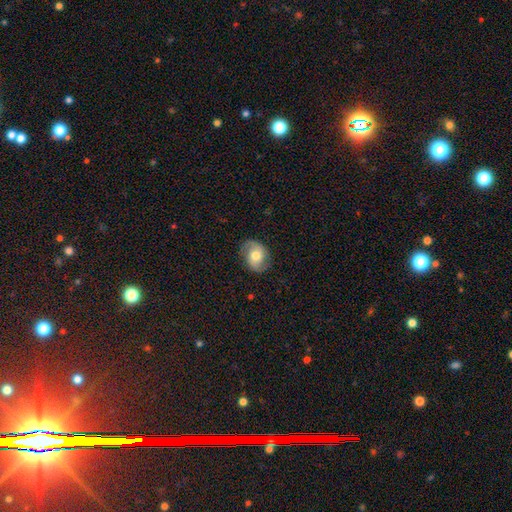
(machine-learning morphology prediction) This appears to be a featured or disk galaxy (65%) with no bar (62%), 2 (87%) medium (45%) spiral arms (90%) and a moderate central bulge (71%). Merging: none (80%).